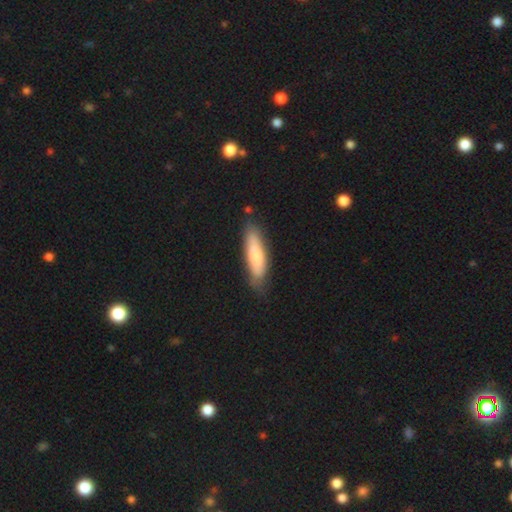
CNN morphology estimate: smooth 71%, featured or disk 24%, star or artifact 5%. Down the decision tree: how rounded — cigar-shaped (63%); merging — none (72%).